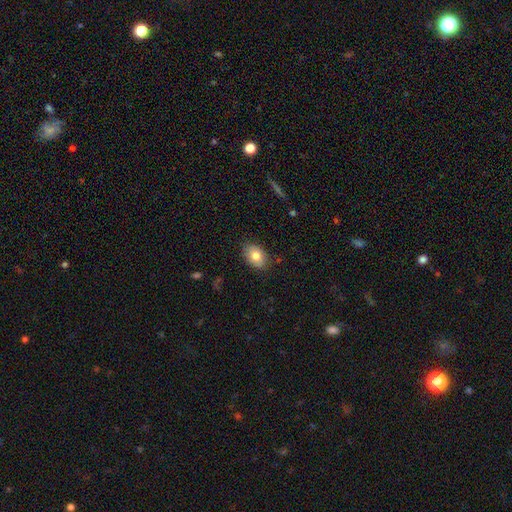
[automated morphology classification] Smooth or featured? smooth (80%)
How rounded? in between (81%)
Merging? none (83%)